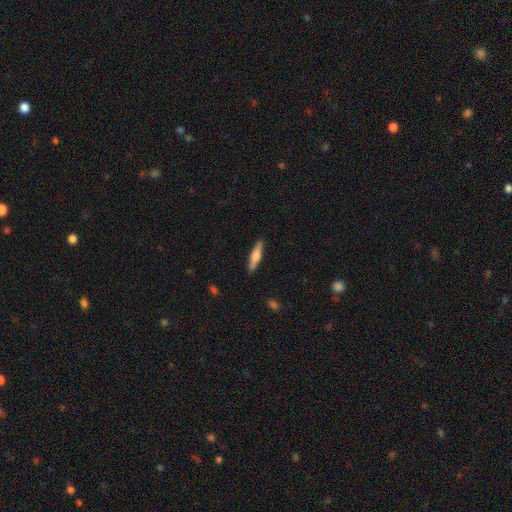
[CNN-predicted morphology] smooth_or_featured: smooth (p=0.53) [alt: featured or disk p=0.41]
how_rounded: cigar-shaped (p=0.85) [alt: in between p=0.13]
merging: none (p=0.90) [alt: minor disturbance p=0.08]